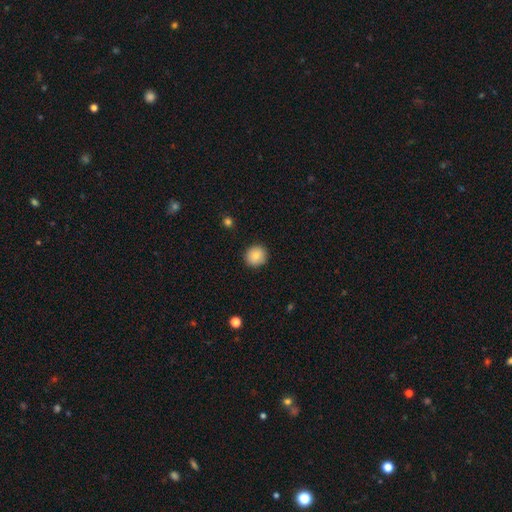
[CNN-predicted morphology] Q: Smooth or featured?
A: smooth (83%); runner-up: star or artifact (9%)
Q: How rounded?
A: round (93%); runner-up: in between (7%)
Q: Merging?
A: none (91%); runner-up: minor disturbance (6%)